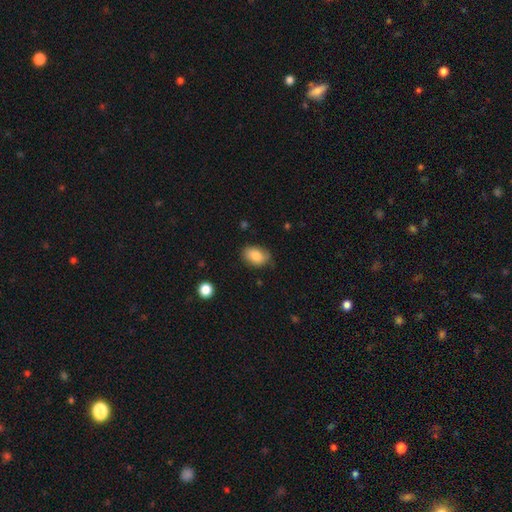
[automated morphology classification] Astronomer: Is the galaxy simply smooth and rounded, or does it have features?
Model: smooth — 82%.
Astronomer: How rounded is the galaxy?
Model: in between — 82%.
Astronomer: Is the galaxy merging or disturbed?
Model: none — 73%.